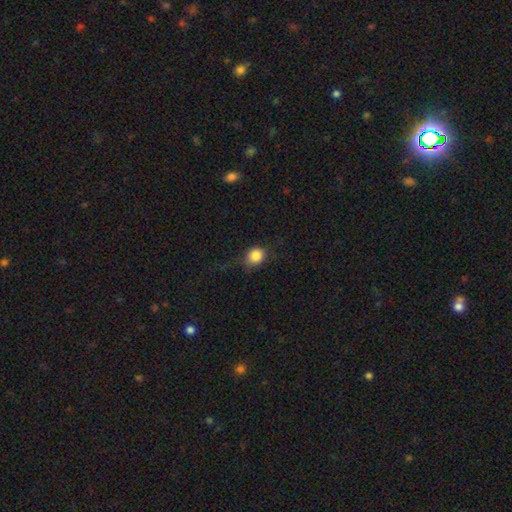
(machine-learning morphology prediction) Q: Smooth or featured?
A: smooth (84%); runner-up: star or artifact (10%)
Q: How rounded?
A: round (72%); runner-up: in between (27%)
Q: Merging?
A: none (59%); runner-up: minor disturbance (27%)